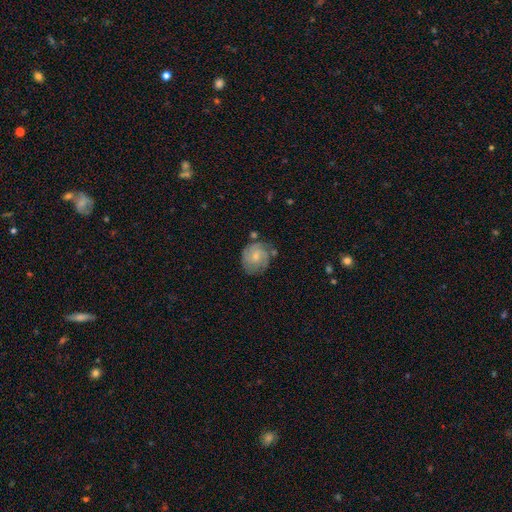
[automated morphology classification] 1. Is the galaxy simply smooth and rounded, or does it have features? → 55% featured or disk, 38% smooth, 7% star or artifact.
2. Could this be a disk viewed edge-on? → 97% no, 3% yes.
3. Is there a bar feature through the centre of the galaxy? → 72% no, 25% weak, 3% strong.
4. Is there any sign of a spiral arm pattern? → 85% yes, 15% no.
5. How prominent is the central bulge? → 57% small, 36% moderate, 4% none, 2% large, 1% dominant.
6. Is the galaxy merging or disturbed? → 64% none, 23% minor disturbance, 8% major disturbance, 6% merger.